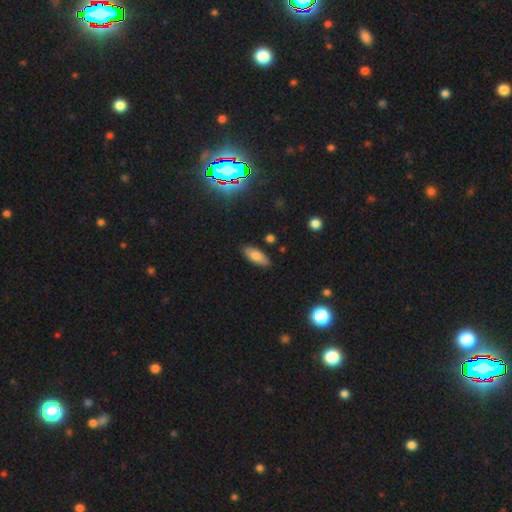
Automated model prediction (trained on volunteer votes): Smooth or featured? Predicted: smooth (p=0.77). How rounded? Predicted: in between (p=0.81). Merging? Predicted: none (p=0.85).